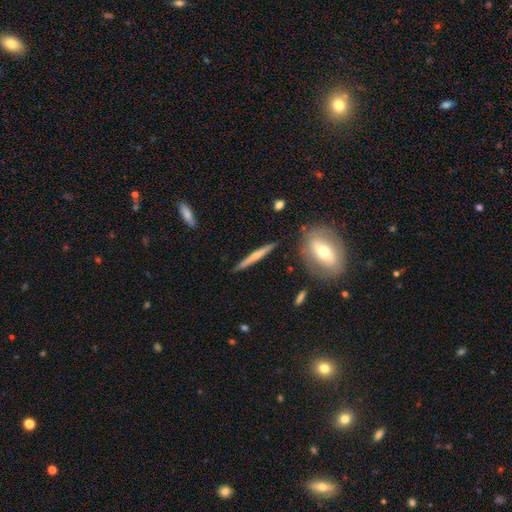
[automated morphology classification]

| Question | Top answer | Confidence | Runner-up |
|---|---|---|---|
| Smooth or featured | featured or disk | 51% | smooth (44%) |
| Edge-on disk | yes | 96% | no (4%) |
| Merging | none | 88% | minor disturbance (8%) |